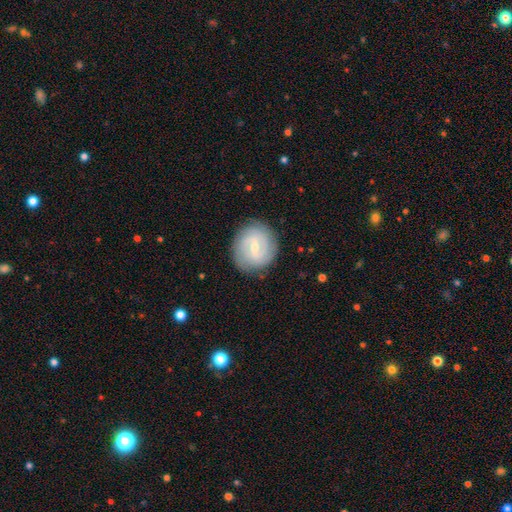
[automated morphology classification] This appears to be a featured or disk galaxy (74%) with a weak bar (61%), 2 (63%) tight (50%) spiral arms (87%) and a small central bulge (63%). Merging: none (83%).